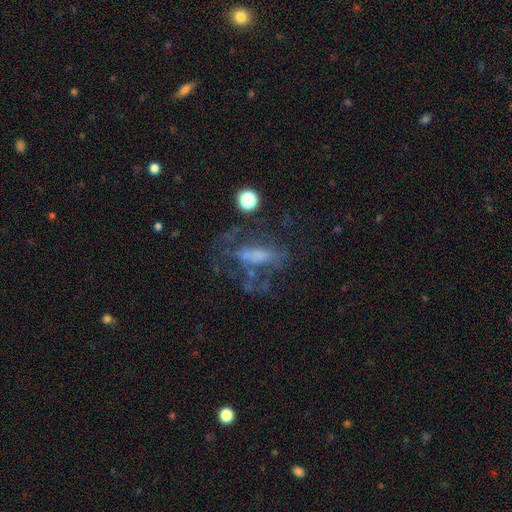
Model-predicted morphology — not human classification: Q: Smooth or featured?
A: featured or disk (57%); runner-up: smooth (26%)
Q: Edge-on disk?
A: no (88%); runner-up: yes (12%)
Q: Merging?
A: none (42%); runner-up: major disturbance (34%)